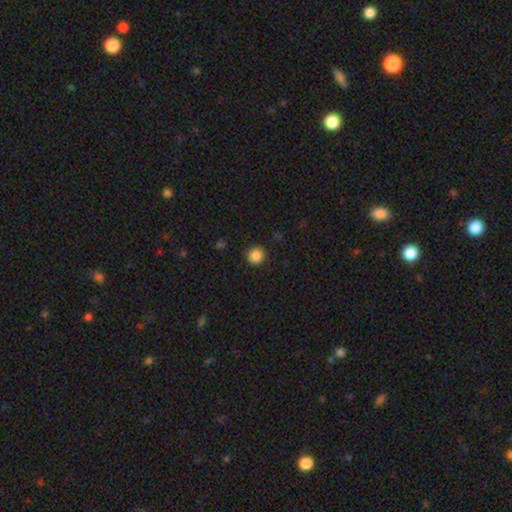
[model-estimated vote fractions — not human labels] The model was most divided on "smooth or featured": smooth: 86%, star or artifact: 11%, featured or disk: 3%. More confident: how rounded — round (93%); merging — none (91%).